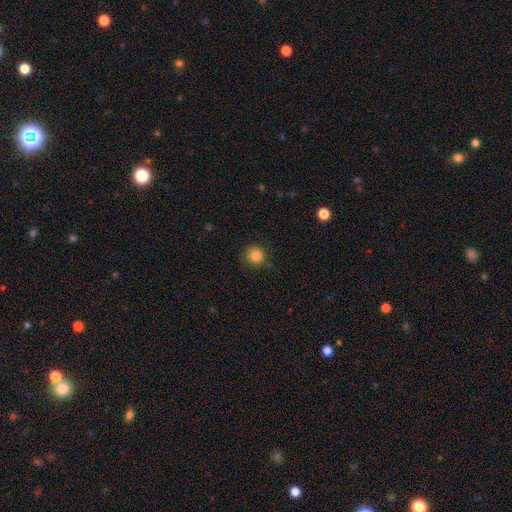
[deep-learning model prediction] smooth-or-featured: smooth: 85% | star or artifact: 11% | featured or disk: 4%
  how-rounded: round: 92% | in between: 7% | cigar-shaped: 1%
  merging: none: 84% | minor disturbance: 12% | major disturbance: 3% | merger: 1%